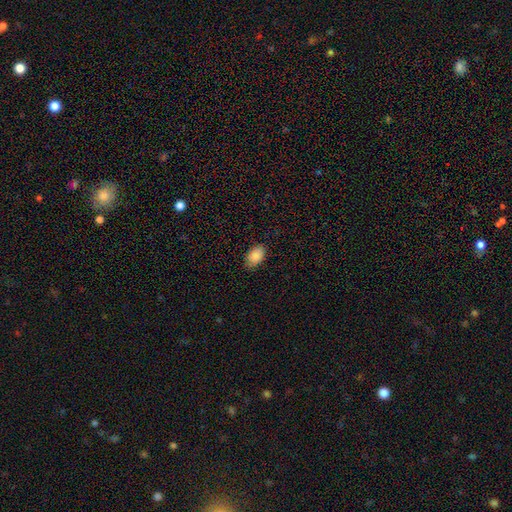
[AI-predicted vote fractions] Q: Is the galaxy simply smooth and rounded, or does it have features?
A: smooth — 88%.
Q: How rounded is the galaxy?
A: in between — 91%.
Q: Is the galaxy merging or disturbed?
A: none — 85%.